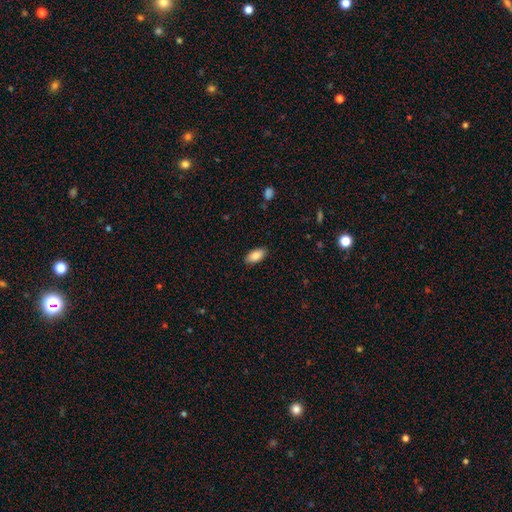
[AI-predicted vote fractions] Smooth or featured?
  - smooth: 87% *
  - star or artifact: 7%
  - featured or disk: 6%
How rounded?
  - in between: 93% *
  - cigar-shaped: 4%
  - round: 3%
Merging?
  - none: 87% *
  - minor disturbance: 9%
  - major disturbance: 2%
  - merger: 1%